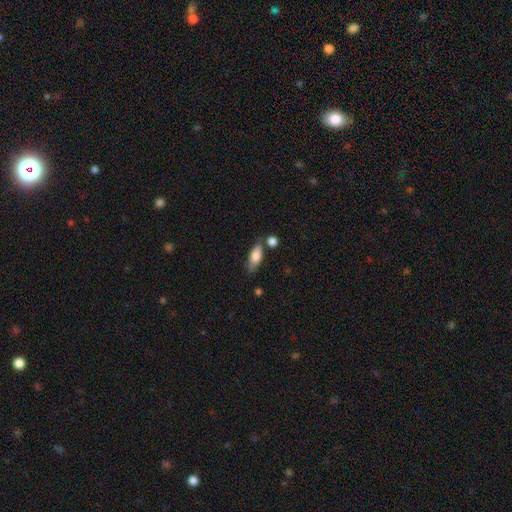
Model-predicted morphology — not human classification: Smooth or featured?
  - smooth: 77% *
  - featured or disk: 16%
  - star or artifact: 7%
How rounded?
  - in between: 73% *
  - cigar-shaped: 23%
  - round: 3%
Merging?
  - none: 64% *
  - minor disturbance: 18%
  - merger: 13%
  - major disturbance: 5%